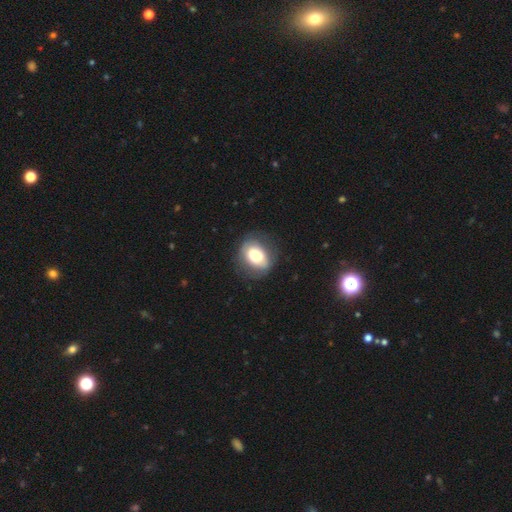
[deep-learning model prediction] A smooth galaxy with no disk features (72%) that is in between round and cigar-shaped (59%). Merging: none (71%).